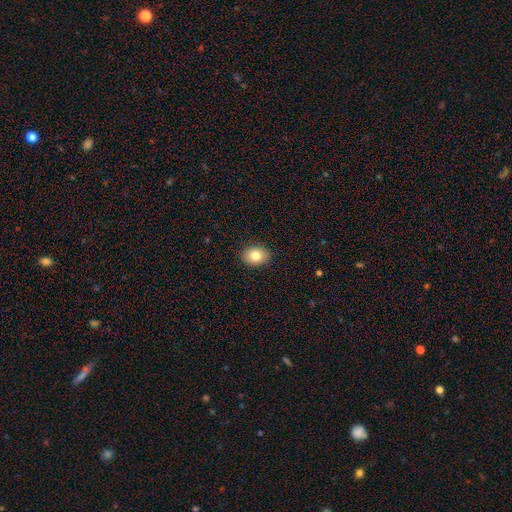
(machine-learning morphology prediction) A smooth galaxy with no disk features (83%) that is in between round and cigar-shaped (61%).

Vote fractions:
- Smooth or featured? smooth: 83% / star or artifact: 9% / featured or disk: 8%
- How rounded? in between: 61% / round: 38% / cigar-shaped: 1%
- Merging? none: 90% / minor disturbance: 7% / major disturbance: 2% / merger: 1%